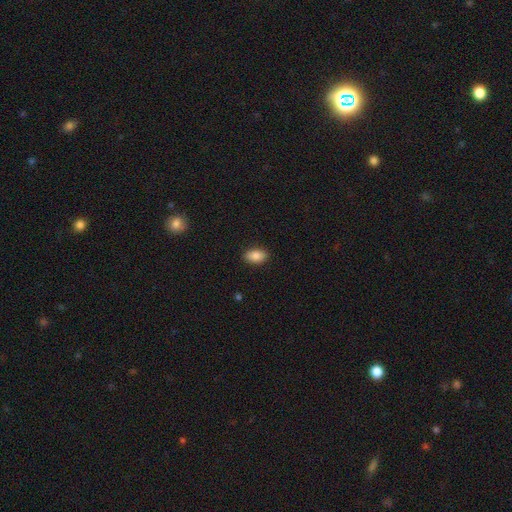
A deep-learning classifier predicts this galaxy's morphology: A smooth galaxy with no disk features (85%) that is in between round and cigar-shaped (90%).

Vote fractions:
- Smooth or featured? smooth: 85% / star or artifact: 8% / featured or disk: 7%
- How rounded? in between: 90% / round: 7% / cigar-shaped: 3%
- Merging? none: 88% / minor disturbance: 9% / major disturbance: 2% / merger: 1%